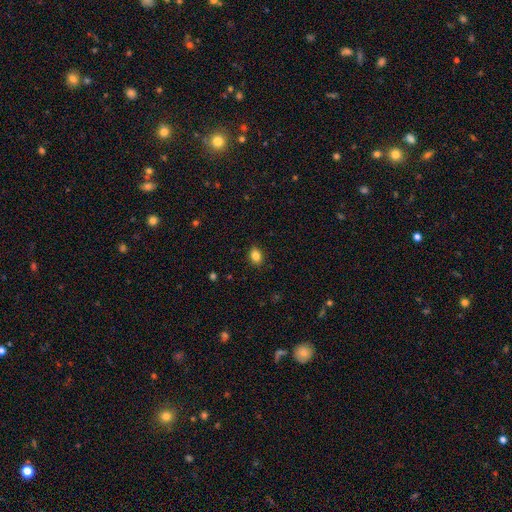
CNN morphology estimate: The model was most divided on "how rounded": in between: 64%, round: 35%, cigar-shaped: 1%. More confident: merging — none (89%); smooth or featured — smooth (85%).